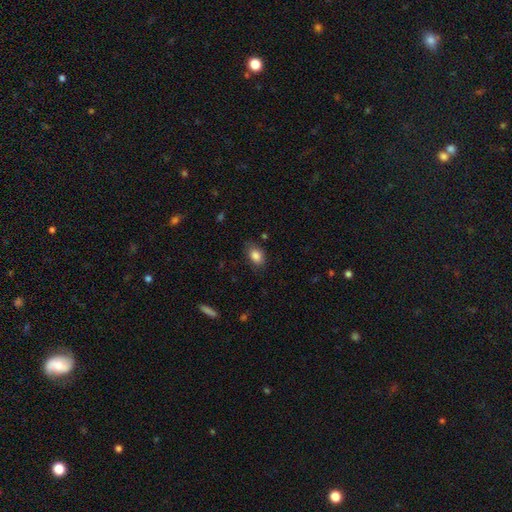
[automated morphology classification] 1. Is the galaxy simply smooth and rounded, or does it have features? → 85% smooth, 8% star or artifact, 6% featured or disk.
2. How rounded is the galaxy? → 79% in between, 19% round, 2% cigar-shaped.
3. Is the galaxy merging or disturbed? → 76% none, 19% minor disturbance, 4% major disturbance, 1% merger.